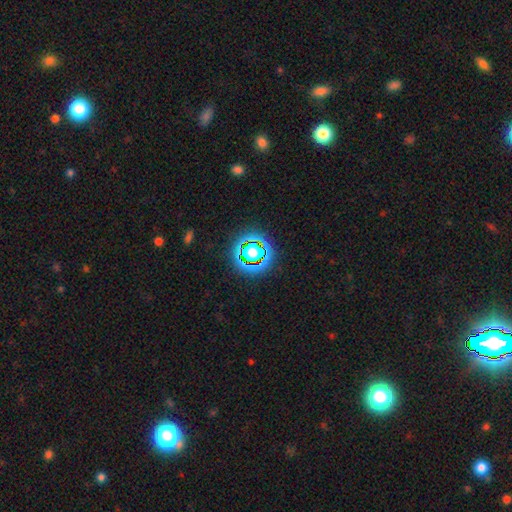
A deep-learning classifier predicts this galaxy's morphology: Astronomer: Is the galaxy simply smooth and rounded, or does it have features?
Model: star or artifact — 77%.